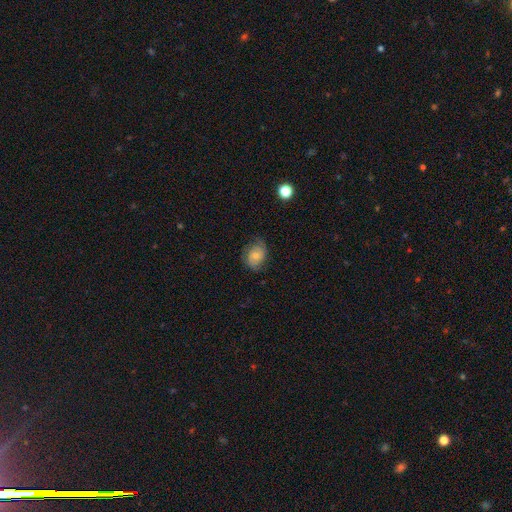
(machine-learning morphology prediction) A featured or disk galaxy (53%) with no bar (72%), spiral arms (84%) and a small central bulge (48%). Merging: none (66%).